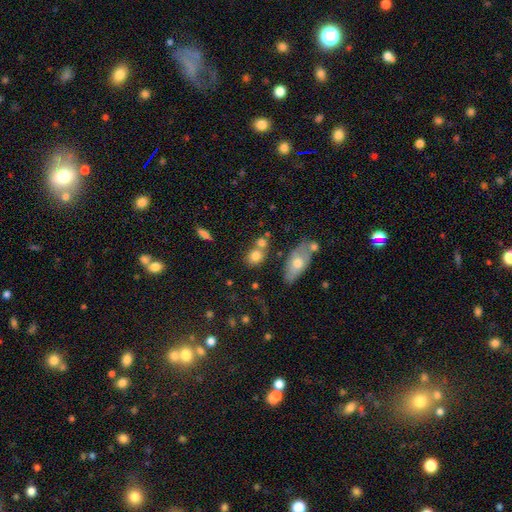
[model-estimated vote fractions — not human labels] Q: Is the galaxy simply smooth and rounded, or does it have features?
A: smooth — 77%.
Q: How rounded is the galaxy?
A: round — 59%.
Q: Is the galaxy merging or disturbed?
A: none — 48%.